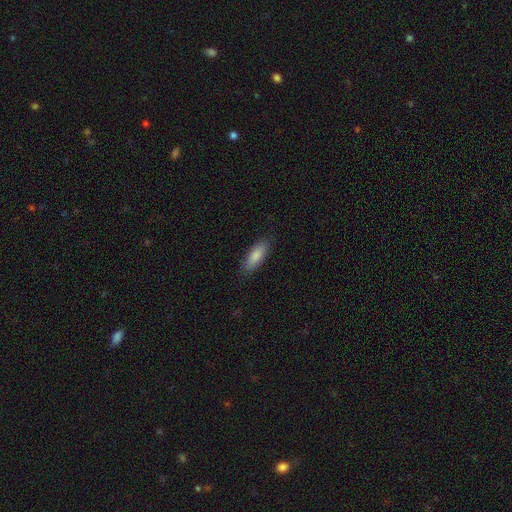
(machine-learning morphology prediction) Smooth or featured? smooth (86%)
How rounded? in between (67%)
Merging? none (86%)